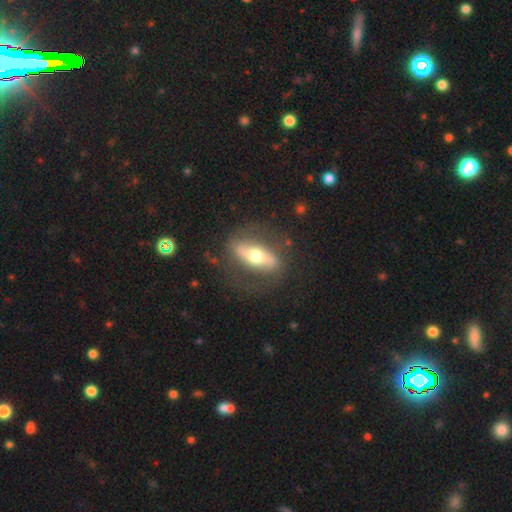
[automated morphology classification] Smooth or featured?
  - featured or disk: 67% *
  - smooth: 28%
  - star or artifact: 5%
Edge-on disk?
  - no: 65% *
  - yes: 35%
Merging?
  - none: 76% *
  - minor disturbance: 13%
  - major disturbance: 9%
  - merger: 1%